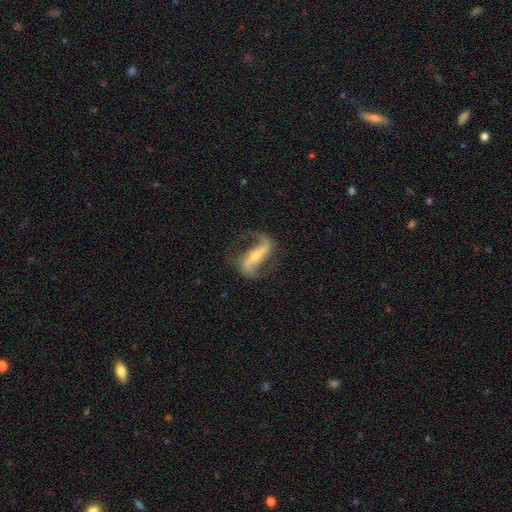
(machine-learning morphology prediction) smooth-or-featured: featured or disk: 87% | smooth: 8% | star or artifact: 5%
  disk-edge-on: no: 90% | yes: 10%
    bar: strong: 63% | weak: 22% | no: 15%
    has-spiral-arms: yes: 95% | no: 5%
      spiral-winding: loose: 58% | medium: 32% | tight: 10%
      spiral-arm-count: 2: 89% | 1: 6% | can't tell: 3% | 3: 1% | 4: 1% | more than 4: 1%
    bulge-size: small: 54% | moderate: 39% | none: 3% | large: 3% | dominant: 1%
  merging: none: 72% | minor disturbance: 14% | major disturbance: 12% | merger: 2%